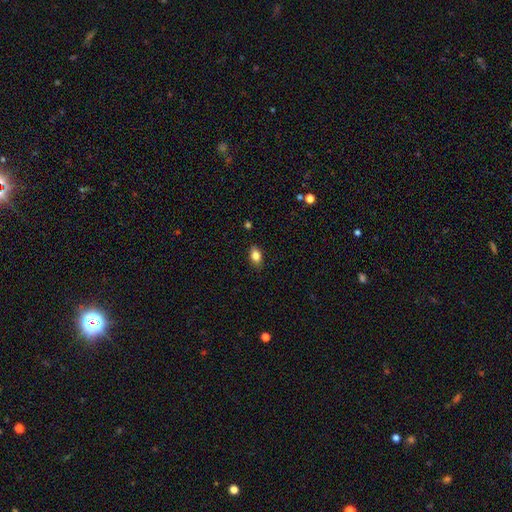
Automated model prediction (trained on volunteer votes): This is clearly a smooth galaxy (82%). How rounded: clearly in between (85%). Merging: clearly none (85%).